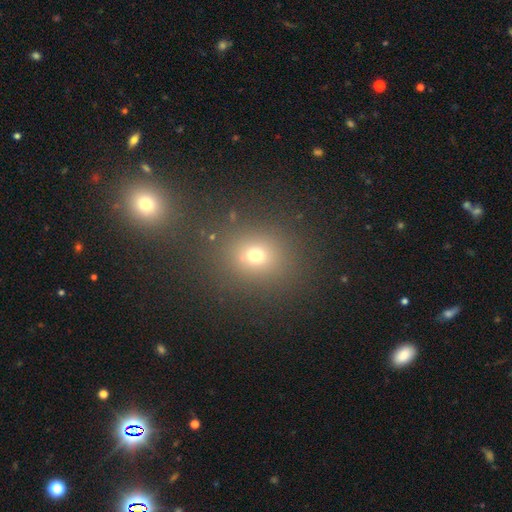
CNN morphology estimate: smooth 68%, star or artifact 22%, featured or disk 9%. Down the decision tree: how rounded — round (75%); merging — none (79%).